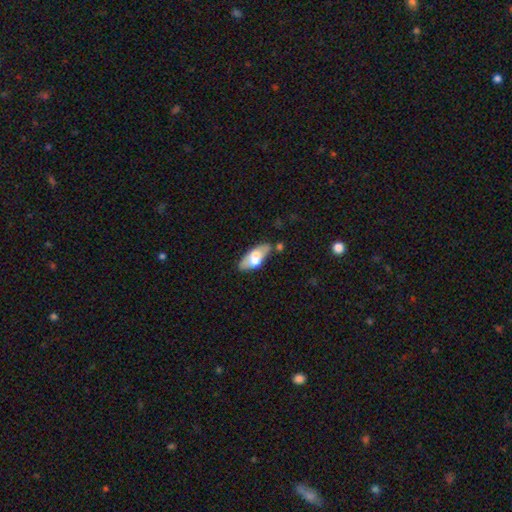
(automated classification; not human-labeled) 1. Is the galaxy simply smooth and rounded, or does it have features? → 55% smooth, 39% featured or disk, 6% star or artifact.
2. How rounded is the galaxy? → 83% in between, 14% cigar-shaped, 3% round.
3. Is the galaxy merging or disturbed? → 53% none, 21% minor disturbance, 19% merger, 7% major disturbance.